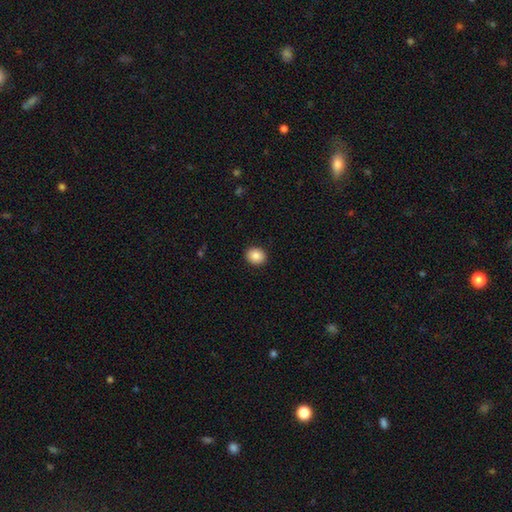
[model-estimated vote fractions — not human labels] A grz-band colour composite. It shows a smooth galaxy with no disk features (87%) that is round (71%). Merging: none (91%).